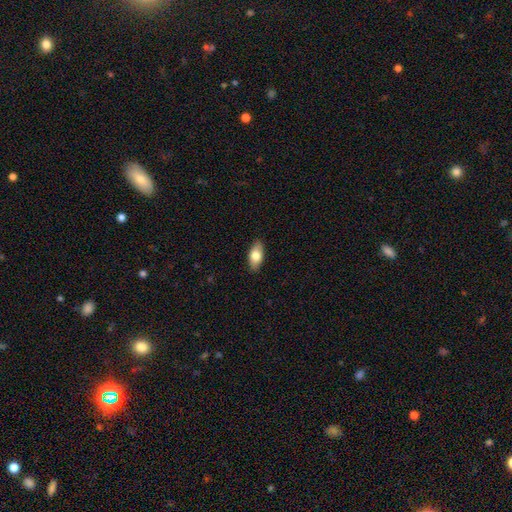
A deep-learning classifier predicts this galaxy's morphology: Smooth or featured? smooth (77%)
How rounded? in between (89%)
Merging? none (88%)